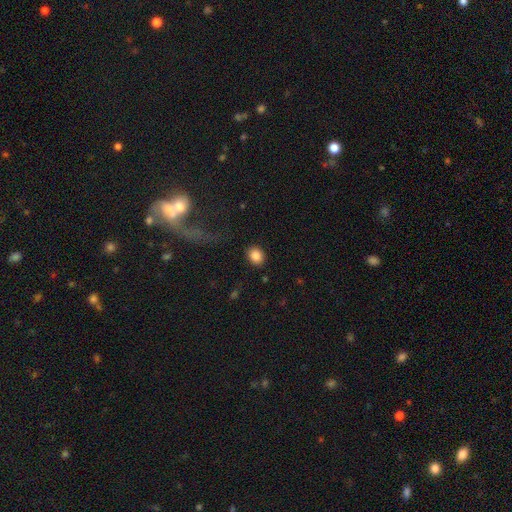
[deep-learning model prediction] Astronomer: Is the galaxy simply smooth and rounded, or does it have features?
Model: smooth — 86%.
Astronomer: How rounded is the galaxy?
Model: round — 59% (runner-up: in between, 40%).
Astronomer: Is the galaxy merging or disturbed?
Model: none — 89%.